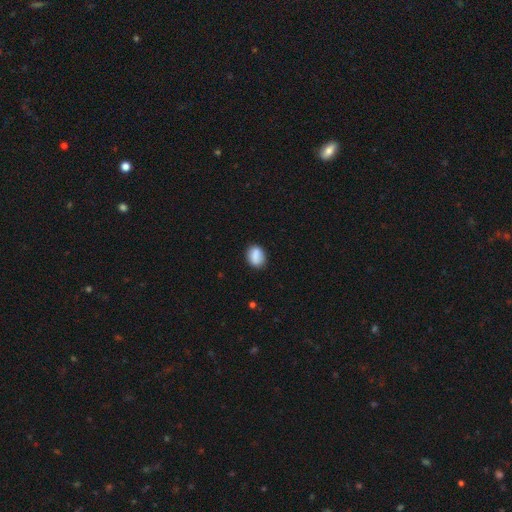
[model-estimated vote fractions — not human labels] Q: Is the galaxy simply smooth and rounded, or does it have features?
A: smooth — 85%.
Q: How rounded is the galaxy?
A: in between — 65%.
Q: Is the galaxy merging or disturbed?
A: none — 82%.